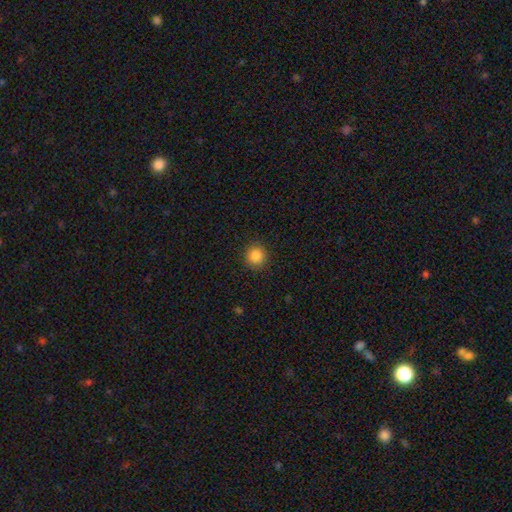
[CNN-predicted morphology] This appears to be a smooth galaxy with no disk features (87%) that is round (91%). Merging: none (90%).